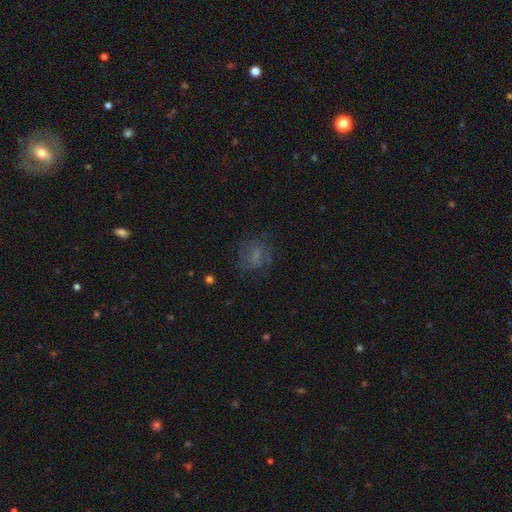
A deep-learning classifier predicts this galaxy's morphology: Q: Smooth or featured?
A: smooth (47%); runner-up: featured or disk (37%)
Q: Merging?
A: none (65%); runner-up: minor disturbance (18%)